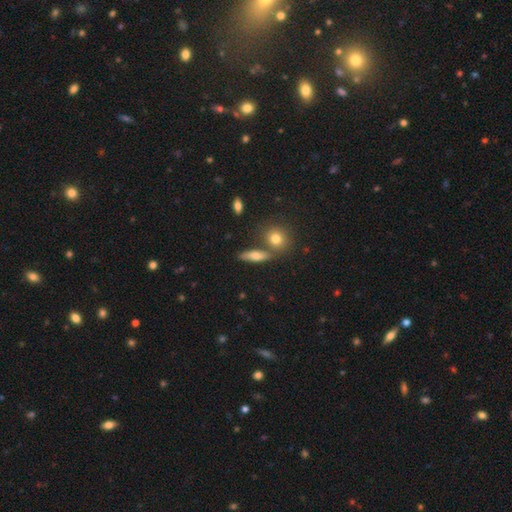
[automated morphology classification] Smooth or featured?
  - smooth: 71% *
  - featured or disk: 20%
  - star or artifact: 9%
How rounded?
  - cigar-shaped: 48% *
  - in between: 42%
  - round: 10%
Merging?
  - none: 70% *
  - merger: 14%
  - minor disturbance: 13%
  - major disturbance: 4%